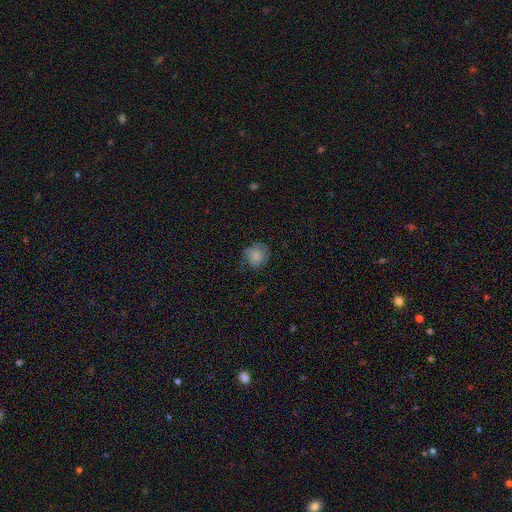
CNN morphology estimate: Smooth or featured: smooth — 75% (featured or disk — 16%)
How rounded: round — 80% (in between — 19%)
Merging: none — 61% (minor disturbance — 26%)